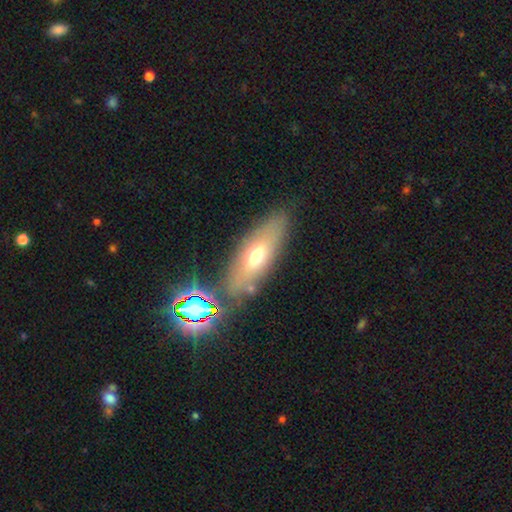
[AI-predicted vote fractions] A smooth galaxy with no disk features (55%) that is in between round and cigar-shaped (58%).

Vote fractions:
- Smooth or featured? smooth: 55% / featured or disk: 32% / star or artifact: 13%
- How rounded? in between: 58% / cigar-shaped: 39% / round: 4%
- Merging? none: 75% / minor disturbance: 13% / merger: 8% / major disturbance: 4%